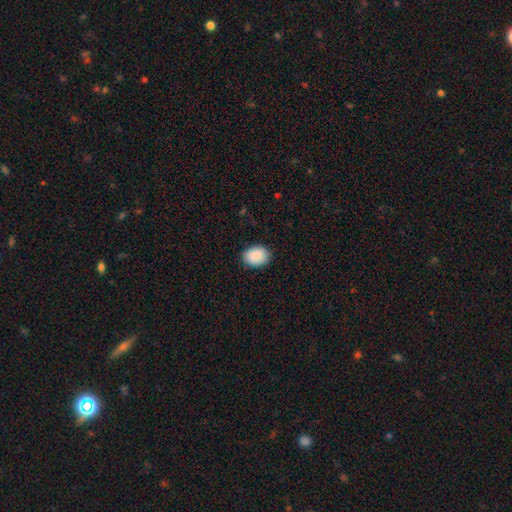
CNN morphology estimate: This appears to be a smooth galaxy with no disk features (89%) that is in between round and cigar-shaped (73%). Merging: none (86%).